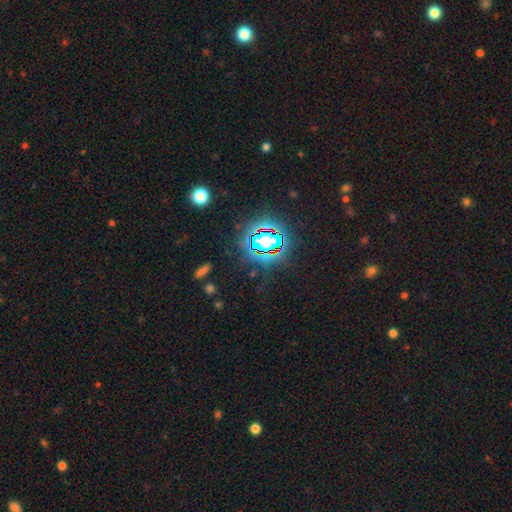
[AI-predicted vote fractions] This appears to be a star or artifact, not a galaxy (84%).